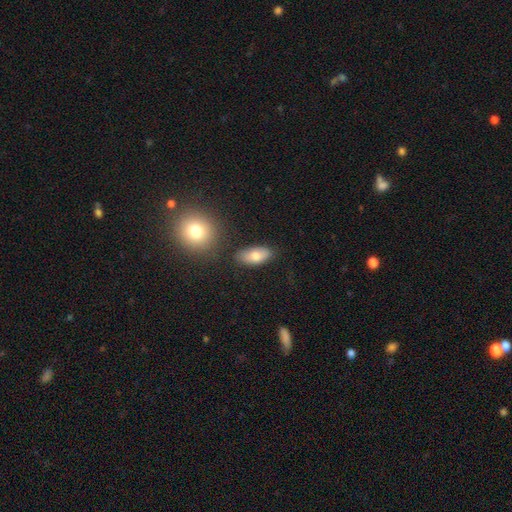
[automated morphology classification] Smooth or featured? Predicted: smooth (p=0.78). How rounded? Predicted: in between (p=0.90). Merging? Predicted: none (p=0.81).